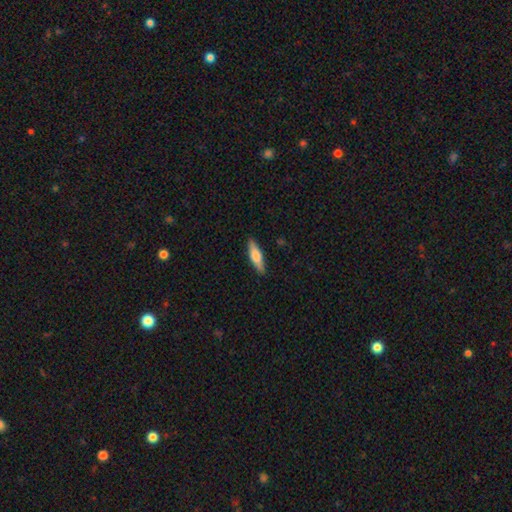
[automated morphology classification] Smooth or featured?
  - smooth: 63% *
  - featured or disk: 31%
  - star or artifact: 6%
How rounded?
  - cigar-shaped: 66% *
  - in between: 32%
  - round: 2%
Merging?
  - none: 89% *
  - minor disturbance: 8%
  - major disturbance: 2%
  - merger: 1%